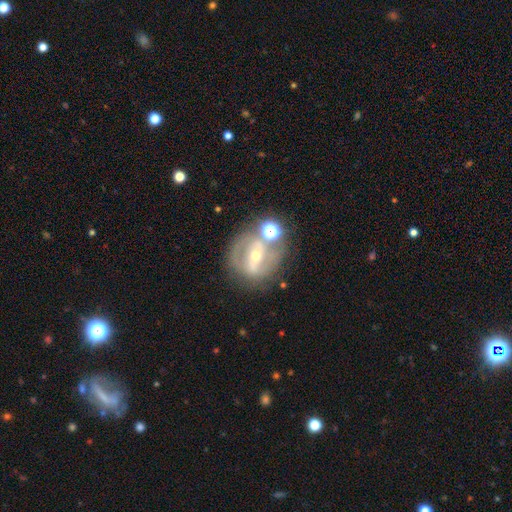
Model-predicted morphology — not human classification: smooth_or_featured: featured or disk (p=0.73) [alt: smooth p=0.16]
disk_edge_on: no (p=0.94) [alt: yes p=0.06]
bar: strong (p=0.52) [alt: weak p=0.29]
has_spiral_arms: yes (p=0.57) [alt: no p=0.43]
bulge_size: small (p=0.52) [alt: moderate p=0.44]
merging: none (p=0.60) [alt: minor disturbance p=0.15]